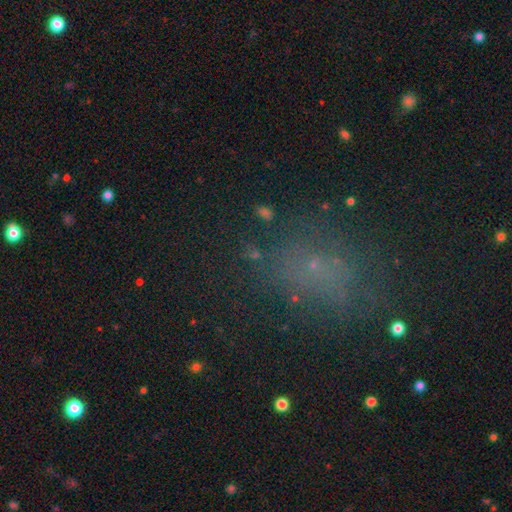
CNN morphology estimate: This appears to be a smooth galaxy with no disk features (41%). Merging: none (64%).